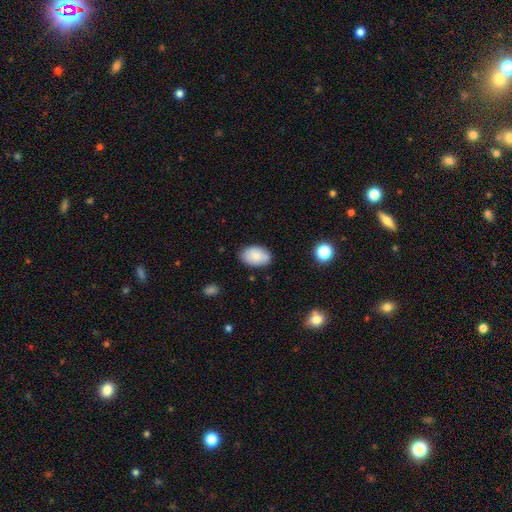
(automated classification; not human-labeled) This is clearly a smooth galaxy (84%). How rounded: clearly in between (90%). Merging: likely none (78%).